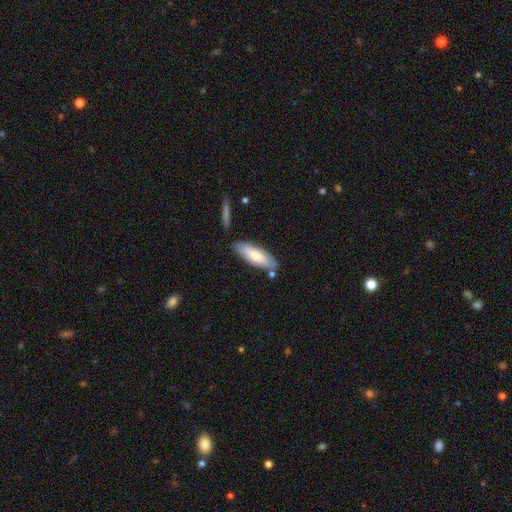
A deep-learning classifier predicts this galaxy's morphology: Q: Smooth or featured?
A: smooth (72%); runner-up: featured or disk (23%)
Q: How rounded?
A: in between (59%); runner-up: cigar-shaped (40%)
Q: Merging?
A: none (77%); runner-up: minor disturbance (14%)